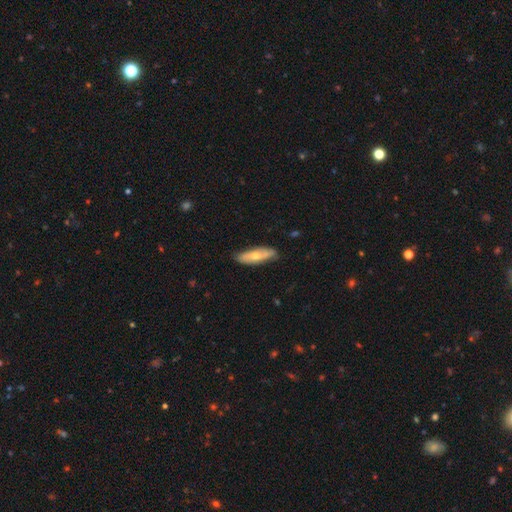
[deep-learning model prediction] A smooth galaxy with no disk features (55%) that is in between round and cigar-shaped (53%).

Vote fractions:
- Smooth or featured? smooth: 55% / featured or disk: 39% / star or artifact: 5%
- How rounded? in between: 53% / cigar-shaped: 45% / round: 2%
- Merging? none: 79% / minor disturbance: 17% / major disturbance: 3% / merger: 1%